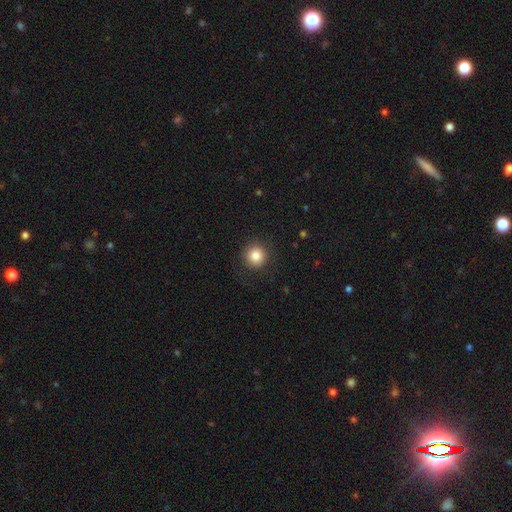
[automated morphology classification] smooth 84%, star or artifact 10%, featured or disk 6%. Down the decision tree: how rounded — round (94%); merging — none (89%).